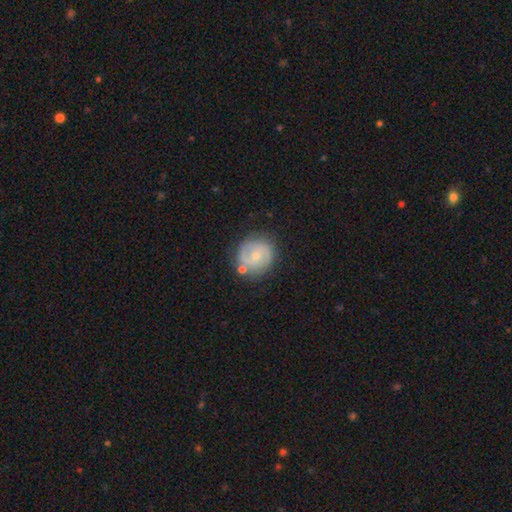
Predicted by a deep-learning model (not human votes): Smooth or featured?
  - featured or disk: 71% *
  - smooth: 23%
  - star or artifact: 6%
Edge-on disk?
  - no: 98% *
  - yes: 2%
Bar?
  - no: 52% *
  - weak: 41%
  - strong: 7%
Spiral arms?
  - yes: 92% *
  - no: 8%
Spiral winding?
  - medium: 47% *
  - tight: 37%
  - loose: 16%
Spiral arm count?
  - 2: 85% *
  - can't tell: 7%
  - 3: 3%
  - 1: 3%
  - 4: 1%
  - more than 4: 1%
Bulge size?
  - small: 58% *
  - moderate: 34%
  - none: 6%
  - large: 2%
  - dominant: 1%
Merging?
  - none: 75% *
  - minor disturbance: 15%
  - merger: 6%
  - major disturbance: 5%